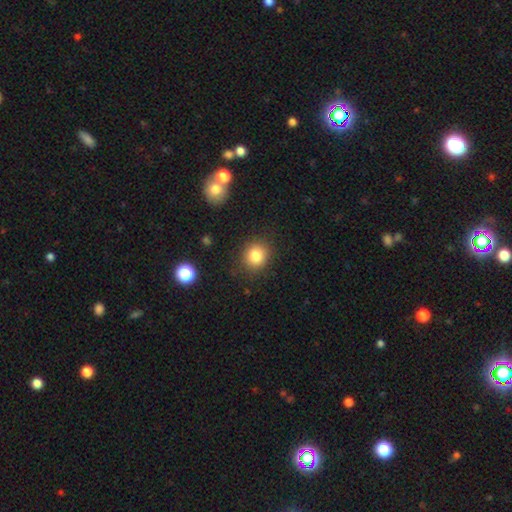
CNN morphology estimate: This appears to be a smooth galaxy with no disk features (83%) that is round (80%). Merging: none (87%).